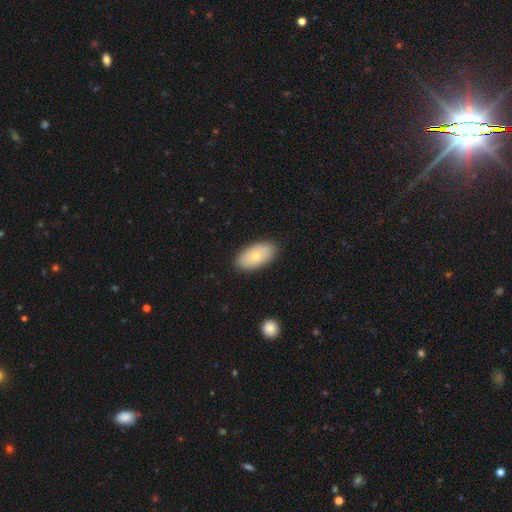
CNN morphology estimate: This is likely a smooth galaxy (71%). How rounded: clearly in between (94%). Merging: clearly none (88%).